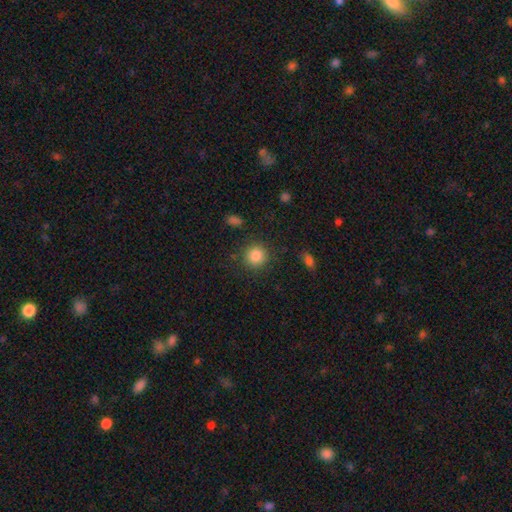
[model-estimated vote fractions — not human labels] smooth 85%, star or artifact 10%, featured or disk 5%. Down the decision tree: how rounded — round (91%); merging — none (87%).